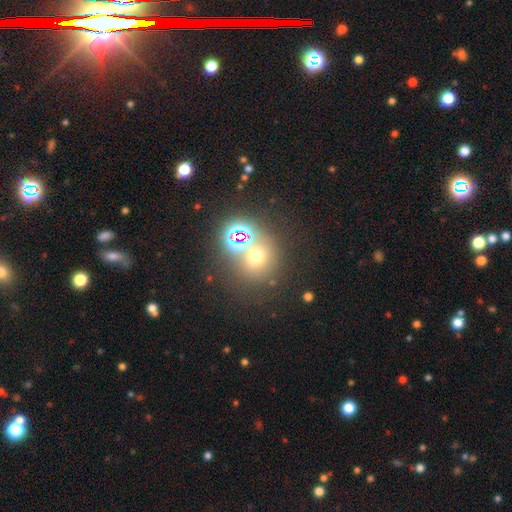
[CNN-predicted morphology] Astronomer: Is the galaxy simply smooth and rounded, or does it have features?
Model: smooth — 55% (runner-up: star or artifact, 35%).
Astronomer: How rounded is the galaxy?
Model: round — 86%.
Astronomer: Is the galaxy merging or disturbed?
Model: none — 63%.